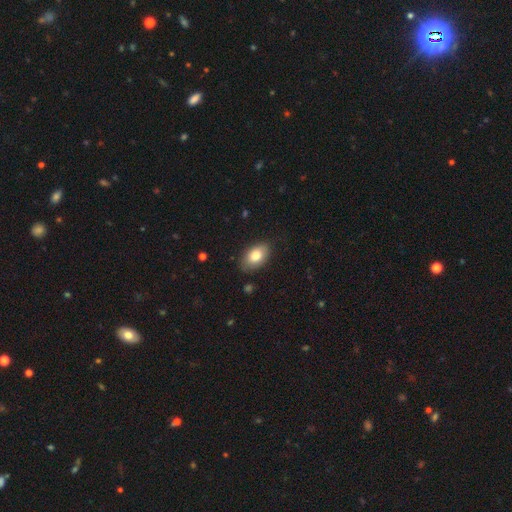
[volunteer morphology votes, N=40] This is clearly a smooth galaxy (90%). How rounded: clearly in between (97%). Merging: likely none (79%).